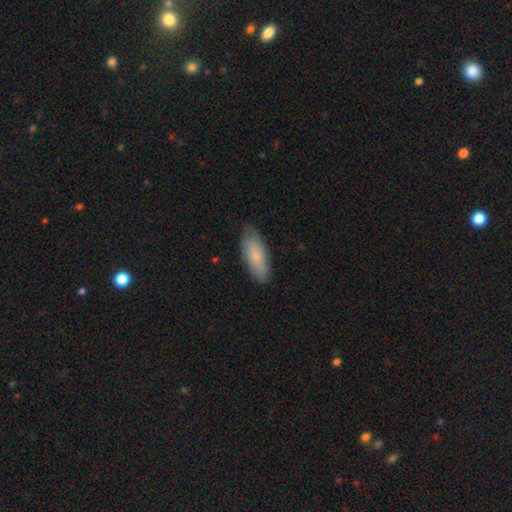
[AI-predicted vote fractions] The model was most divided on "how rounded": in between: 71%, cigar-shaped: 27%, round: 2%. More confident: merging — none (81%); smooth or featured — smooth (76%).